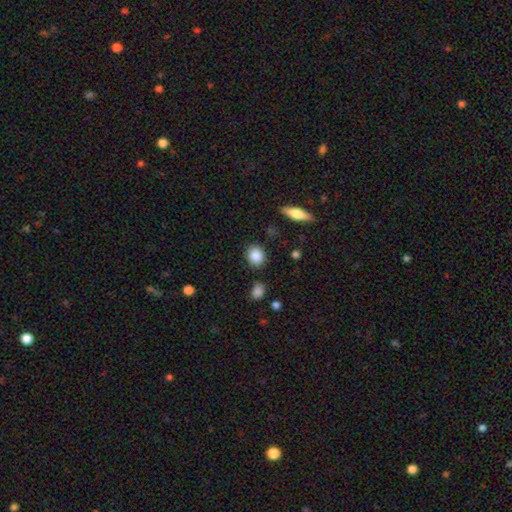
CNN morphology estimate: Smooth or featured? Predicted: smooth (p=0.86). How rounded? Predicted: round (p=0.58). Merging? Predicted: none (p=0.86).